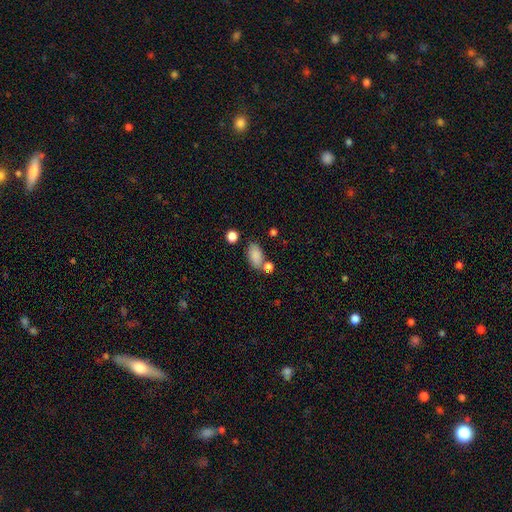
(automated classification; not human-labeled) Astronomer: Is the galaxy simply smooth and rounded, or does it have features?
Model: smooth — 84%.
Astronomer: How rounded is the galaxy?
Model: in between — 91%.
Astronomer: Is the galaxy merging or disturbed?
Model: none — 65%.